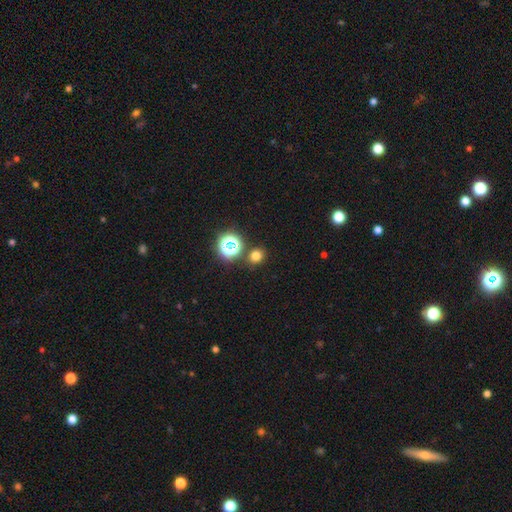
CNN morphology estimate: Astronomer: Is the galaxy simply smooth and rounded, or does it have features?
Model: smooth — 71%.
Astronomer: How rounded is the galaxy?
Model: round — 74%.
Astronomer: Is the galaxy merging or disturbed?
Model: none — 82%.